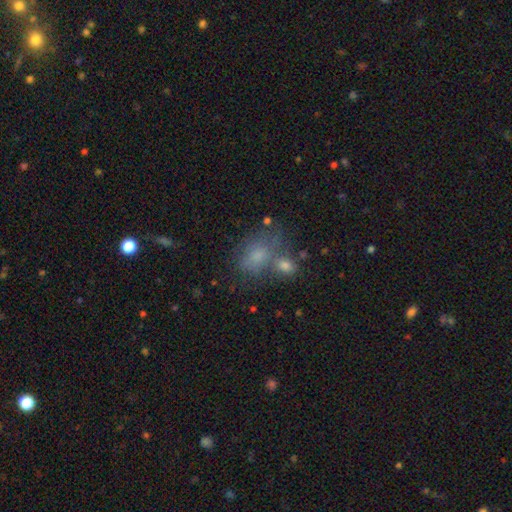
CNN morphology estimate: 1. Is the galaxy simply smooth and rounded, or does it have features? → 68% smooth, 16% star or artifact, 16% featured or disk.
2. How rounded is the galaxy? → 71% in between, 27% round, 2% cigar-shaped.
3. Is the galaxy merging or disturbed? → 45% none, 24% merger, 19% minor disturbance, 12% major disturbance.